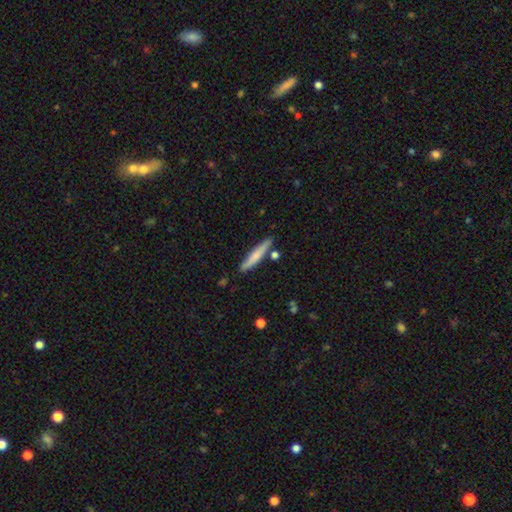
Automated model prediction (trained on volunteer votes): This is likely a smooth galaxy (67%). How rounded: clearly cigar-shaped (92%). Merging: clearly none (81%).